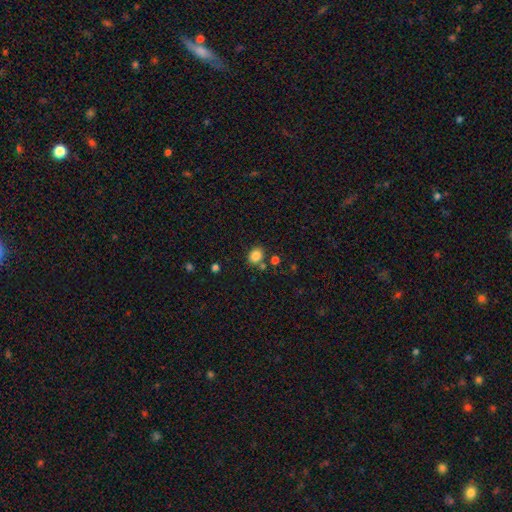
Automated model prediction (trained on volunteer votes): This appears to be a smooth galaxy with no disk features (84%) that is round (50%). Merging: none (74%).